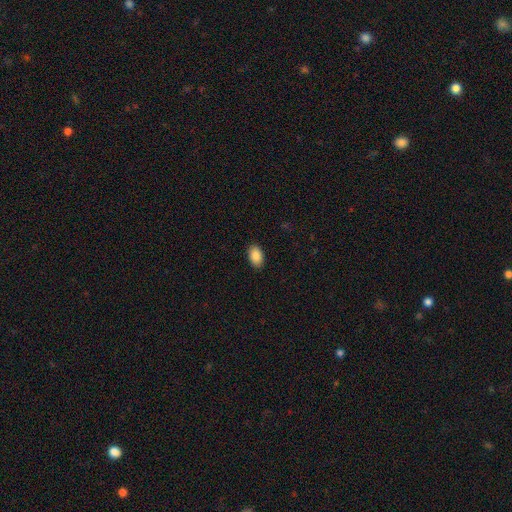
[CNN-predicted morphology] Q: Smooth or featured?
A: smooth (89%); runner-up: star or artifact (7%)
Q: How rounded?
A: in between (91%); runner-up: round (8%)
Q: Merging?
A: none (90%); runner-up: minor disturbance (7%)